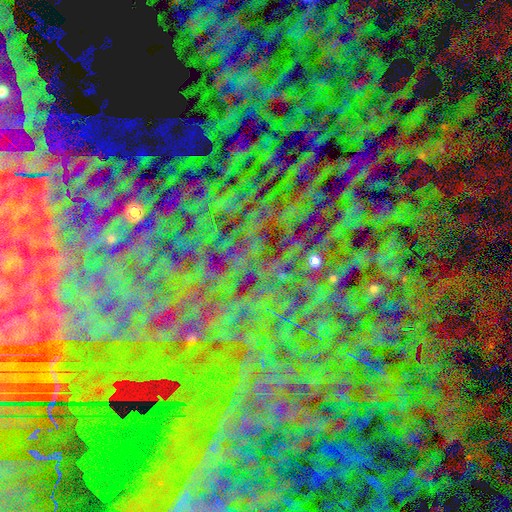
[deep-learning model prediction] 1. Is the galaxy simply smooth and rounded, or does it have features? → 85% star or artifact, 8% featured or disk, 7% smooth.